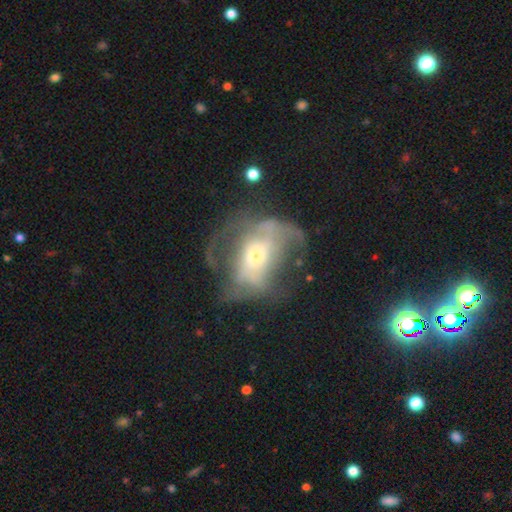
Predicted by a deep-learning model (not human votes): Smooth or featured?
  - featured or disk: 69% *
  - smooth: 22%
  - star or artifact: 9%
Edge-on disk?
  - no: 93% *
  - yes: 7%
Bar?
  - no: 56% *
  - weak: 26%
  - strong: 18%
Spiral arms?
  - no: 52% *
  - yes: 48%
Bulge size?
  - small: 49% *
  - moderate: 39%
  - large: 8%
  - none: 2%
  - dominant: 2%
Merging?
  - major disturbance: 43% *
  - none: 34%
  - minor disturbance: 19%
  - merger: 4%